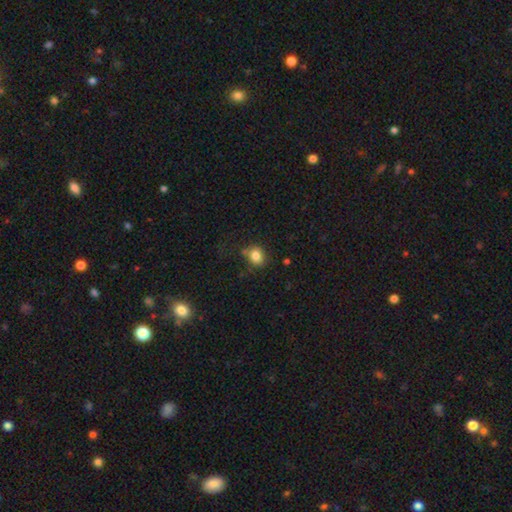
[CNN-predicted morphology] This appears to be a smooth galaxy with no disk features (83%) that is round (61%). Merging: none (70%).